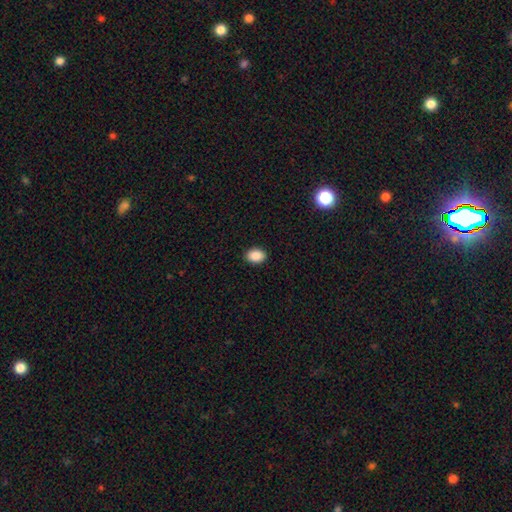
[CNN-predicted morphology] Smooth or featured: smooth — 89% (star or artifact — 8%)
How rounded: in between — 73% (round — 26%)
Merging: none — 91% (minor disturbance — 7%)